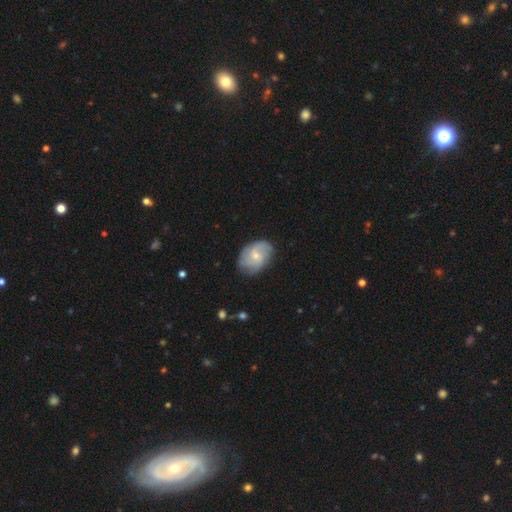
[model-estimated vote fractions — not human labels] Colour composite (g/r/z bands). It shows a featured or disk galaxy (60%) with no bar (62%), 2 (34%) medium (43%) spiral arms (87%) and a small central bulge (61%). Merging: none (71%).